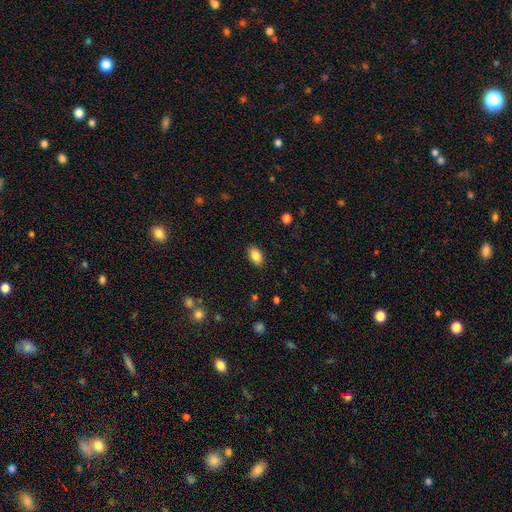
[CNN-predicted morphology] smooth 87%, star or artifact 8%, featured or disk 6%. Down the decision tree: how rounded — in between (91%); merging — none (88%).